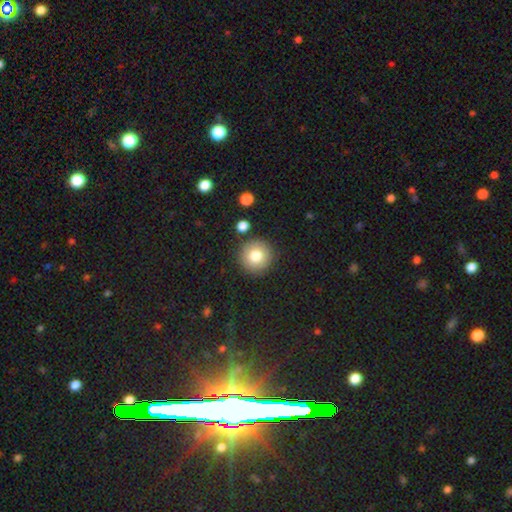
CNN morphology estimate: type=smooth (80%); roundness=round (94%); merging=none (87%).